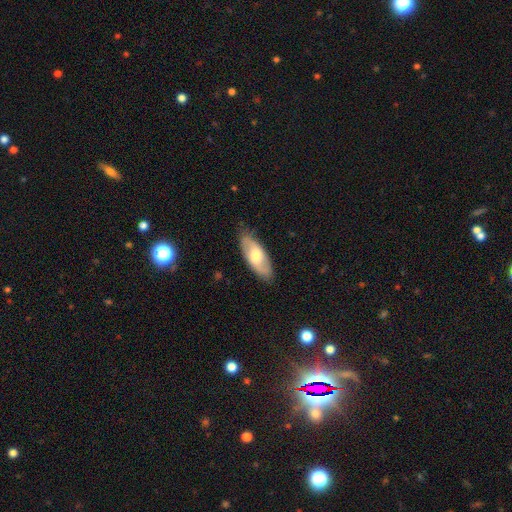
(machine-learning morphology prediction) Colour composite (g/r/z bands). It shows a smooth galaxy with no disk features (53%) that is in between round and cigar-shaped (80%). Merging: none (81%).